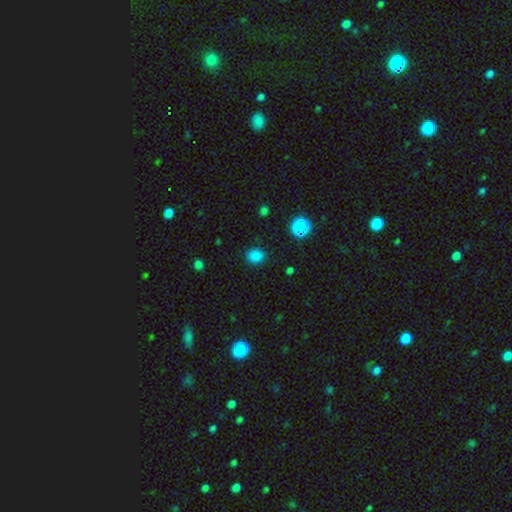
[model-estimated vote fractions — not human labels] Overall: smooth (82%). How rounded: round (64%; in between 36%). Merging: none (86%).